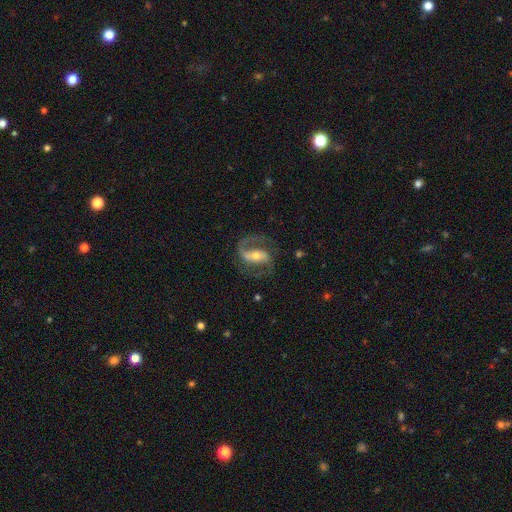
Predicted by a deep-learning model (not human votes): Smooth or featured?
  - featured or disk: 87% *
  - smooth: 8%
  - star or artifact: 5%
Edge-on disk?
  - no: 96% *
  - yes: 4%
Bar?
  - strong: 47% *
  - weak: 33%
  - no: 20%
Spiral arms?
  - yes: 96% *
  - no: 4%
Spiral winding?
  - medium: 55% *
  - loose: 26%
  - tight: 18%
Spiral arm count?
  - 2: 80% *
  - 1: 14%
  - can't tell: 3%
  - 3: 1%
  - 4: 1%
  - more than 4: 1%
Bulge size?
  - moderate: 48% *
  - small: 44%
  - large: 5%
  - none: 2%
  - dominant: 1%
Merging?
  - none: 71% *
  - minor disturbance: 14%
  - major disturbance: 14%
  - merger: 2%